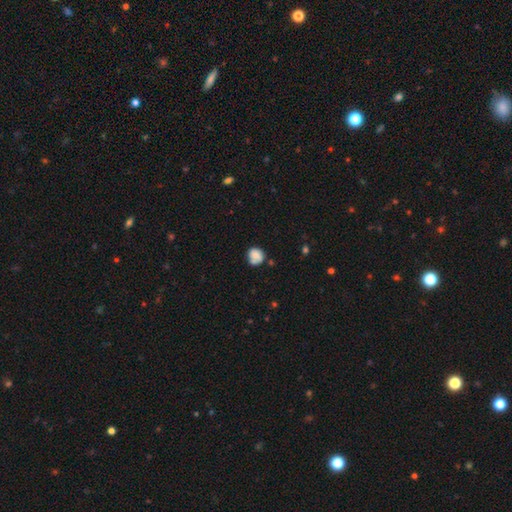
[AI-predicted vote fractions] A smooth galaxy with no disk features (75%) that is round (77%). Merging: none (55%).